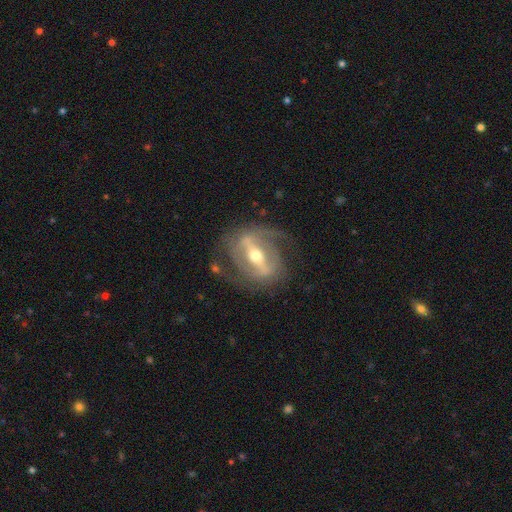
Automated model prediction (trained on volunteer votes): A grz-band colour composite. It shows a featured or disk galaxy (85%) with a strong bar (75%), 2 (76%) medium (43%) spiral arms (76%) and a moderate central bulge (66%). Merging: none (69%).